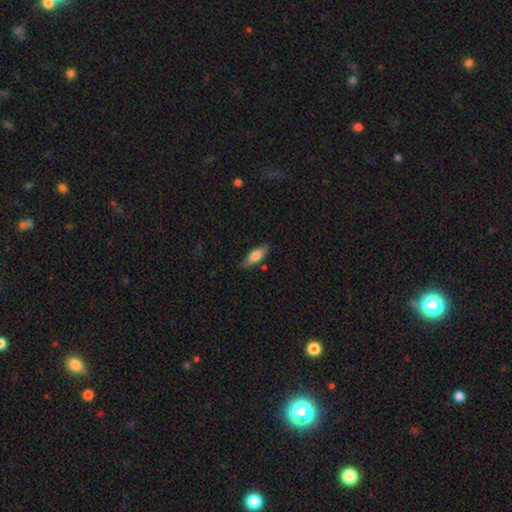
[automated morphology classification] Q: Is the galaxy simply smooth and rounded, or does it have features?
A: smooth — 72%.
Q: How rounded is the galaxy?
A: in between — 72%.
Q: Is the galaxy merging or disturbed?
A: none — 76%.